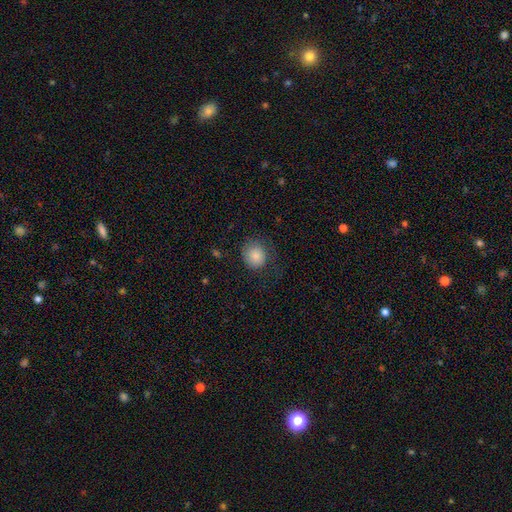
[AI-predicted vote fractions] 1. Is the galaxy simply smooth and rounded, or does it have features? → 82% smooth, 9% featured or disk, 8% star or artifact.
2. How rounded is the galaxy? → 80% round, 19% in between, 1% cigar-shaped.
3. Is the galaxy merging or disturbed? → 65% none, 20% minor disturbance, 13% major disturbance, 1% merger.